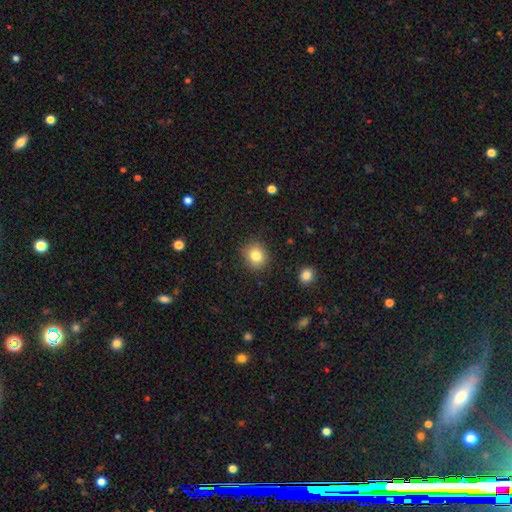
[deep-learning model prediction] Morphology: type=smooth (82%); roundness=round (79%); merging=none (88%).